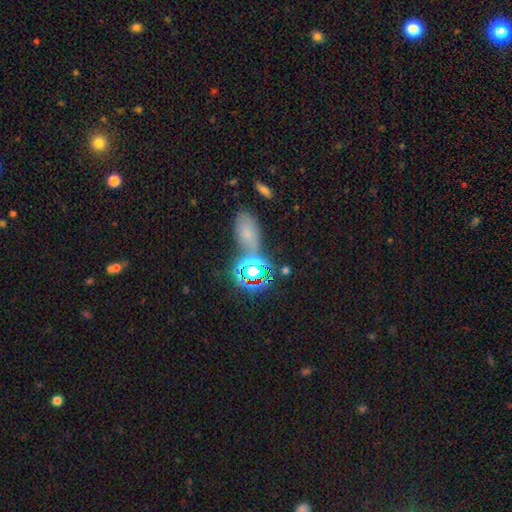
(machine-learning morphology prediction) Overall: star or artifact (52%; smooth 34%).